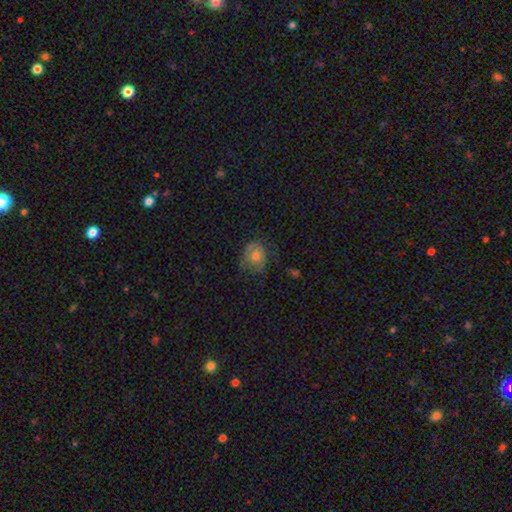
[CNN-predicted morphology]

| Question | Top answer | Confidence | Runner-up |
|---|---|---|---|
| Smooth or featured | smooth | 61% | featured or disk (28%) |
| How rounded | round | 66% | in between (33%) |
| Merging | none | 61% | minor disturbance (26%) |